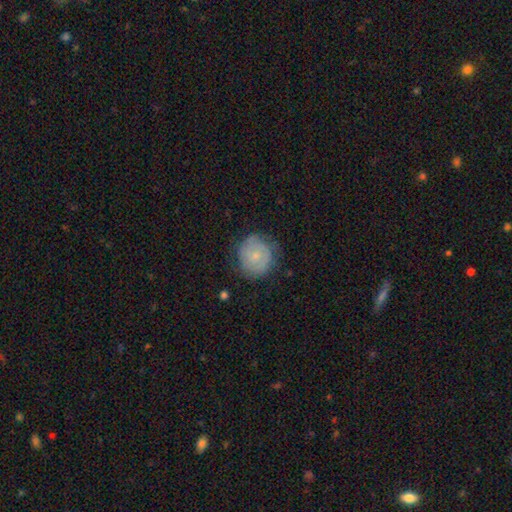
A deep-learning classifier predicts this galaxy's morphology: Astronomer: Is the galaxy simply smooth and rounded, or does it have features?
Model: smooth — 47% (runner-up: featured or disk, 46%).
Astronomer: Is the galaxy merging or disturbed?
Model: none — 73%.